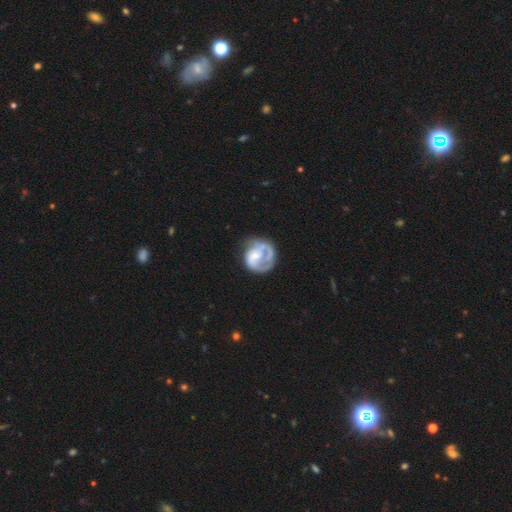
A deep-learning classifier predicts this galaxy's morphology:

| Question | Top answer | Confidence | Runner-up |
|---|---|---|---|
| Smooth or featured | featured or disk | 65% | smooth (28%) |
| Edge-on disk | no | 98% | yes (2%) |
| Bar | no | 61% | weak (31%) |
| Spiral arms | yes | 73% | no (27%) |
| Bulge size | moderate | 32% | tied: small (32%) |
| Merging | none | 46% | major disturbance (27%) |